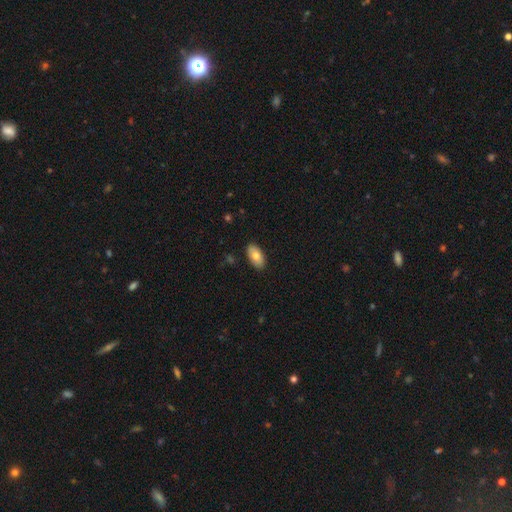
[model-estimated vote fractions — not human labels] Smooth or featured? Predicted: smooth (p=0.77). How rounded? Predicted: in between (p=0.94). Merging? Predicted: none (p=0.89).